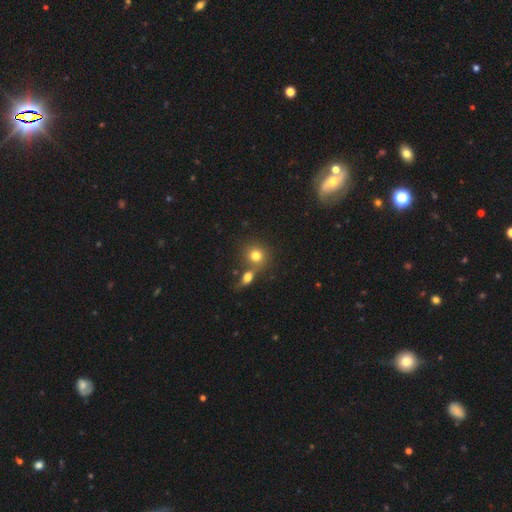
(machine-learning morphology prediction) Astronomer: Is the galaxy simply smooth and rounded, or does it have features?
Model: smooth — 78%.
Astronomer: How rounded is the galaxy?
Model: round — 84%.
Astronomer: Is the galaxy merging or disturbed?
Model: none — 53% (runner-up: merger, 35%).